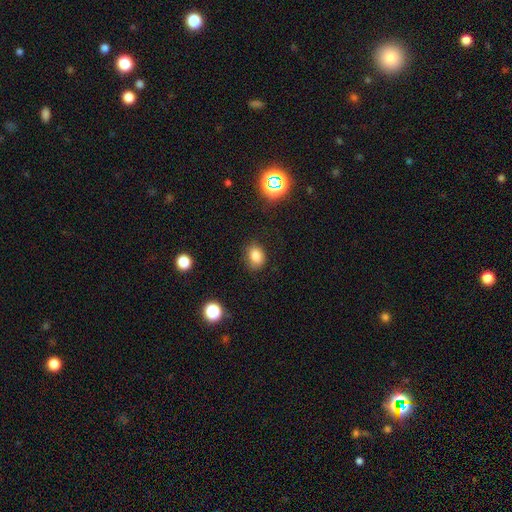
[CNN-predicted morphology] Smooth or featured: smooth — 81% (star or artifact — 13%)
How rounded: in between — 58% (round — 41%)
Merging: none — 78% (minor disturbance — 16%)